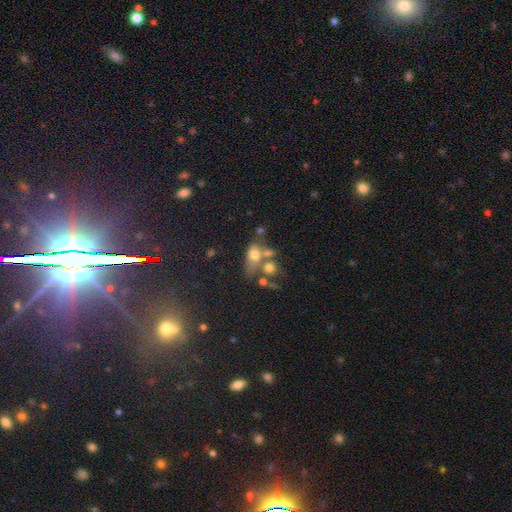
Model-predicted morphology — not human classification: A smooth galaxy with no disk features (51%) that is in between round and cigar-shaped (61%). Merging: merger (43%).